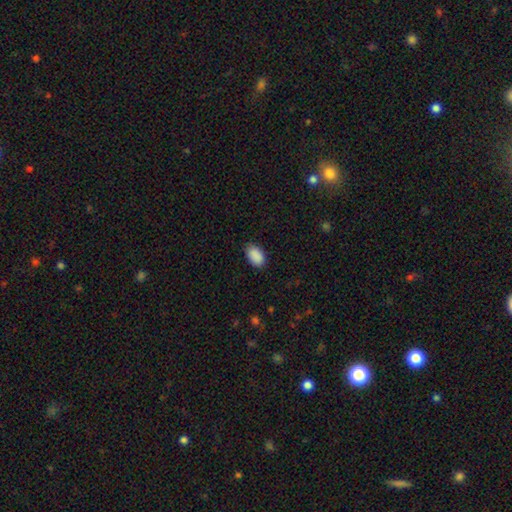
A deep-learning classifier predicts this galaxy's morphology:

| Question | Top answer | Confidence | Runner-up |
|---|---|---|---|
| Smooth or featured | smooth | 90% | star or artifact (7%) |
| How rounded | in between | 91% | round (7%) |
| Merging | none | 84% | minor disturbance (13%) |